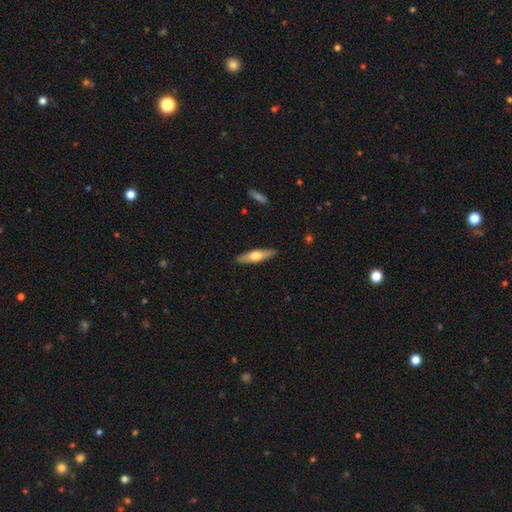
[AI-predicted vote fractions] smooth_or_featured: smooth (p=0.51) [alt: featured or disk p=0.43]
how_rounded: cigar-shaped (p=0.69) [alt: in between p=0.29]
merging: none (p=0.90) [alt: minor disturbance p=0.08]